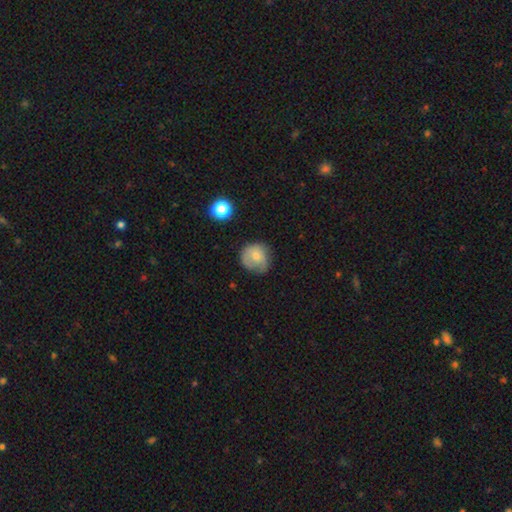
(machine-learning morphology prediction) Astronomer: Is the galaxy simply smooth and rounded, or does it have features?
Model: smooth — 65%.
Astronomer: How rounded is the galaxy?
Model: round — 83%.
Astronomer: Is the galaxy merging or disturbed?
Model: none — 59%.